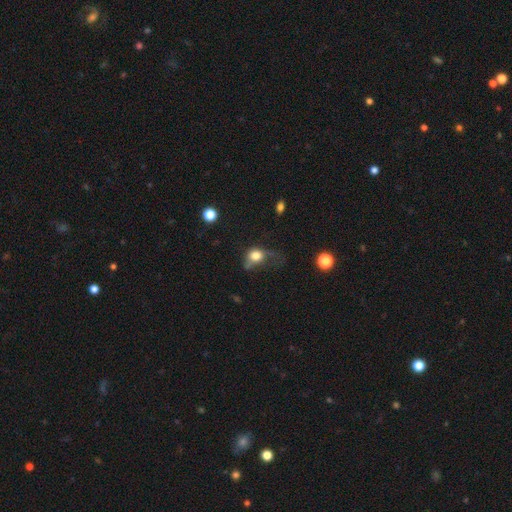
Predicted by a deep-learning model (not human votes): Smooth or featured: smooth — 73% (featured or disk — 16%)
How rounded: round — 61% (in between — 37%)
Merging: major disturbance — 45% (none — 25%)